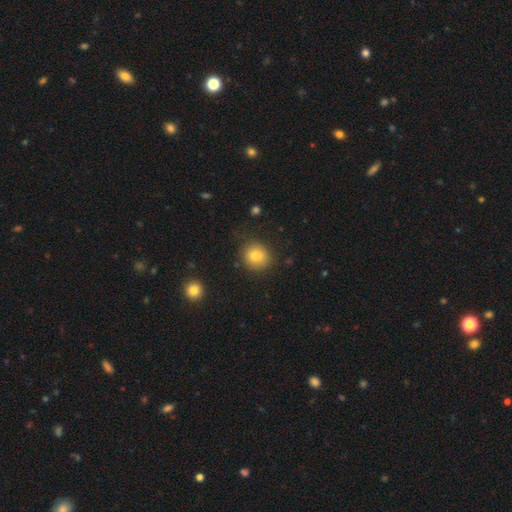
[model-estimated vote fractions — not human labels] smooth 80%, star or artifact 11%, featured or disk 10%. Down the decision tree: how rounded — round (84%); merging — none (82%).